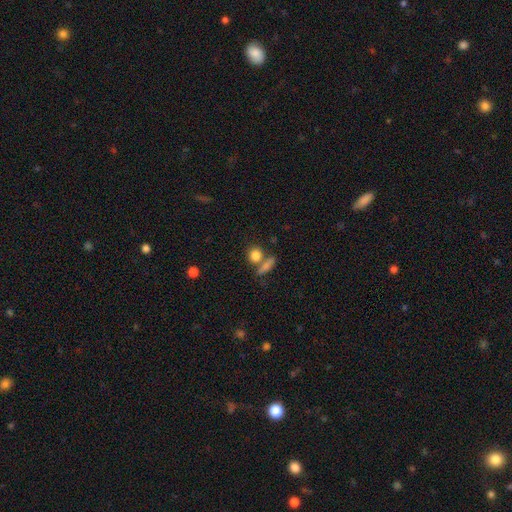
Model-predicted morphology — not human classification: smooth_or_featured: smooth (p=0.83) [alt: star or artifact p=0.09]
how_rounded: round (p=0.69) [alt: in between p=0.25]
merging: none (p=0.56) [alt: merger p=0.30]